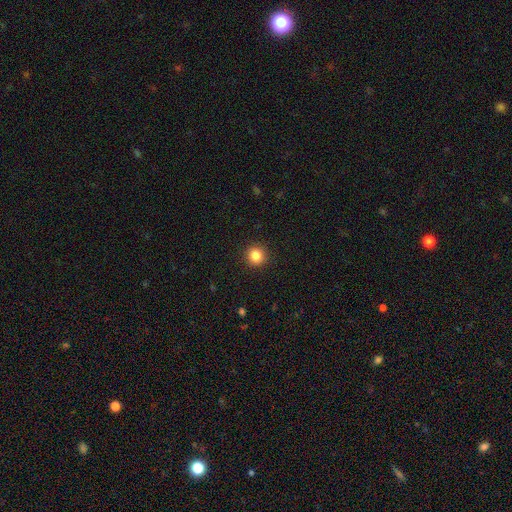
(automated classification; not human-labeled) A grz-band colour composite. It shows a smooth galaxy with no disk features (86%) that is round (94%). Merging: none (93%).